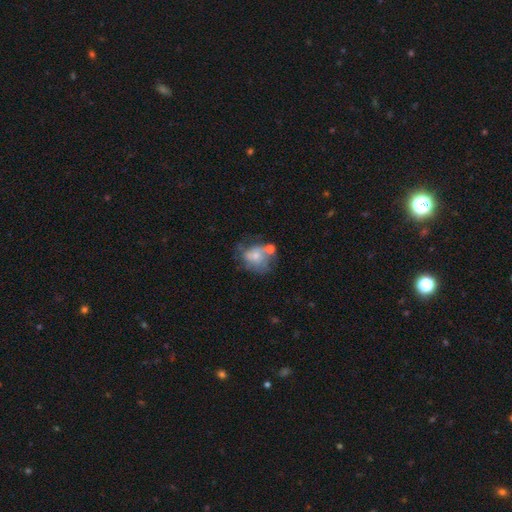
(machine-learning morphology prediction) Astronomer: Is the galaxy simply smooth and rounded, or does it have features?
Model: smooth — 47% (runner-up: featured or disk, 44%).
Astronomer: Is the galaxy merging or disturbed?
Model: none — 34% (runner-up: minor disturbance, 24%).